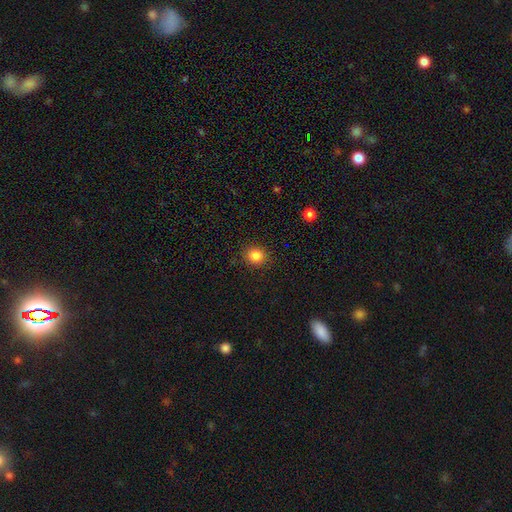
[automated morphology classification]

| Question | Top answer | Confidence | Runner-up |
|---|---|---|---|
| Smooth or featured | smooth | 84% | star or artifact (11%) |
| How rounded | round | 82% | in between (17%) |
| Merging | none | 89% | minor disturbance (8%) |